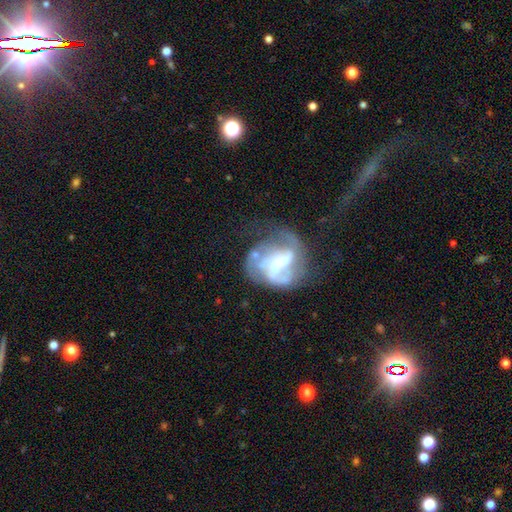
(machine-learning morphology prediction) A featured or disk galaxy (75%) with a weak bar (40%), 2 (41%) medium (41%) spiral arms (75%) and a small central bulge (38%). Merging: none (36%).